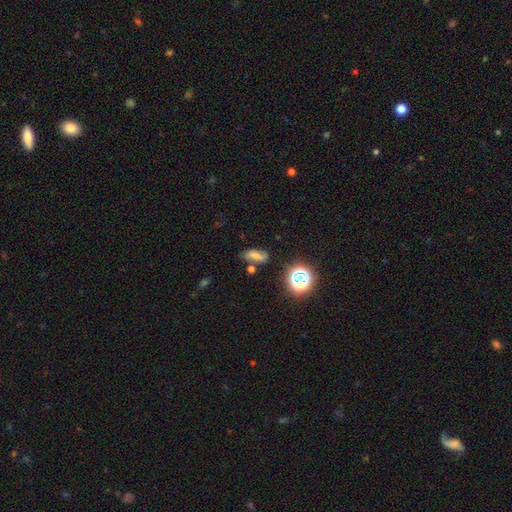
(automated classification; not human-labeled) Overall: smooth (48%; featured or disk 30%). Merging: none (59%; minor disturbance 22%).